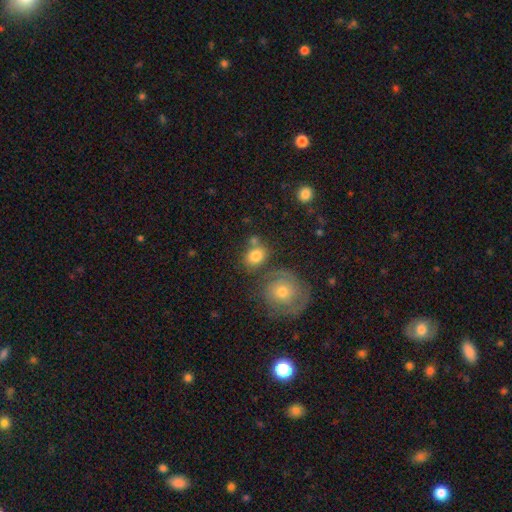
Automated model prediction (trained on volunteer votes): smooth 76%, featured or disk 14%, star or artifact 9%. Down the decision tree: how rounded — round (56%); merging — none (57%).